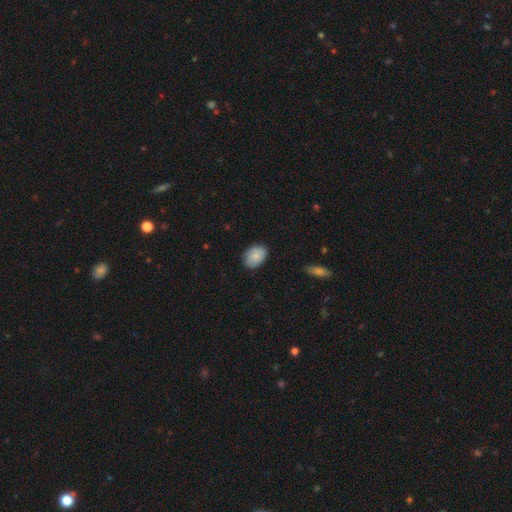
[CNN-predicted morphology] Smooth or featured?
  - smooth: 82% *
  - featured or disk: 12%
  - star or artifact: 6%
How rounded?
  - in between: 81% *
  - round: 18%
  - cigar-shaped: 1%
Merging?
  - none: 81% *
  - minor disturbance: 16%
  - major disturbance: 3%
  - merger: 1%